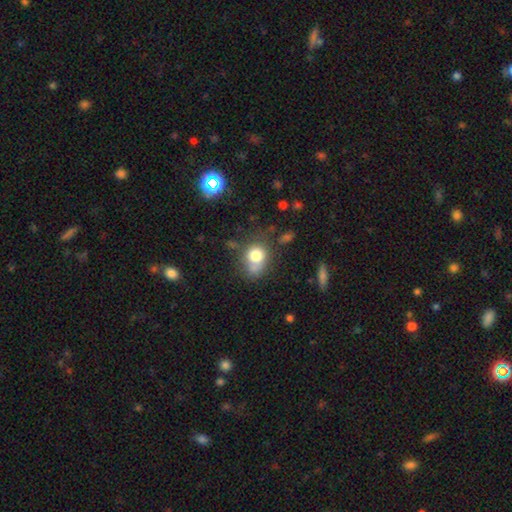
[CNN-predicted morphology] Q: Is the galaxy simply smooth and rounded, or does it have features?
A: smooth — 75%.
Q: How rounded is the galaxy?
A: round — 60%.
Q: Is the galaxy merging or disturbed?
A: none — 48%.